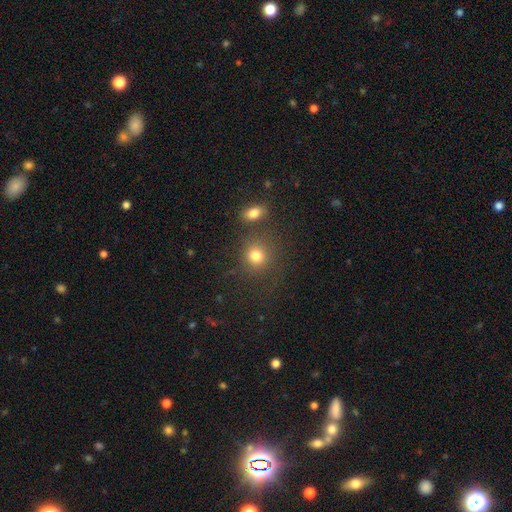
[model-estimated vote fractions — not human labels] Smooth or featured?
  - smooth: 79% *
  - star or artifact: 13%
  - featured or disk: 8%
How rounded?
  - round: 83% *
  - in between: 16%
  - cigar-shaped: 1%
Merging?
  - none: 72% *
  - merger: 12%
  - minor disturbance: 11%
  - major disturbance: 6%